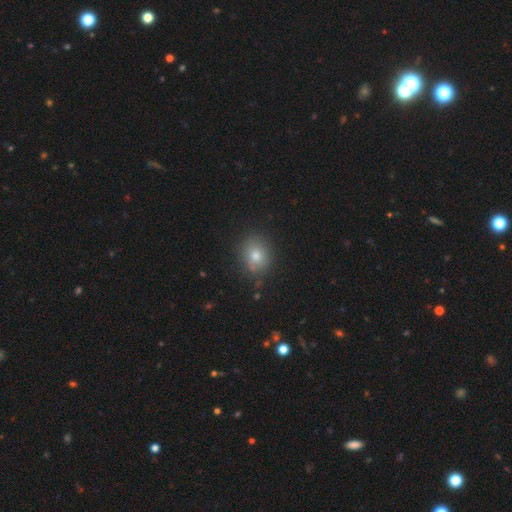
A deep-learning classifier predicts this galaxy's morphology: Smooth or featured? smooth (74%)
How rounded? round (65%)
Merging? none (80%)